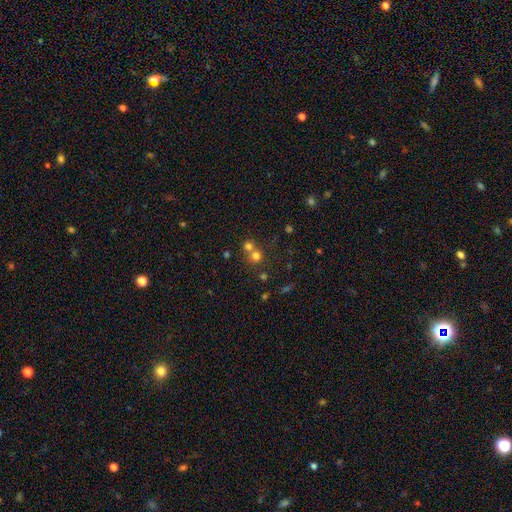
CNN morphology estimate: type=smooth (70%); roundness=round (89%); merging=none (48%).